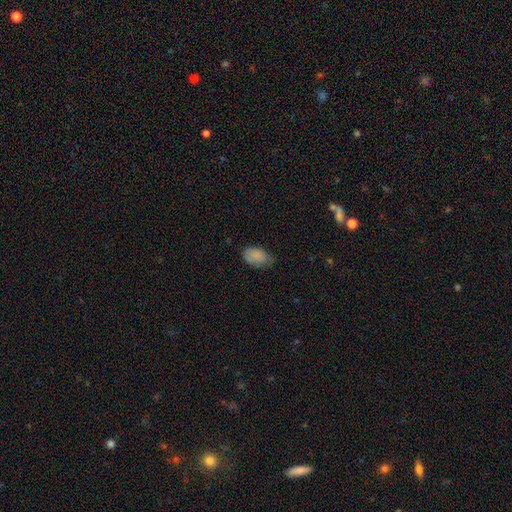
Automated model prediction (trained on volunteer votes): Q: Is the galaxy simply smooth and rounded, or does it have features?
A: smooth — 86%.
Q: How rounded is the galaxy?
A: in between — 91%.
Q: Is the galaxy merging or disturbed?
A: none — 54%.